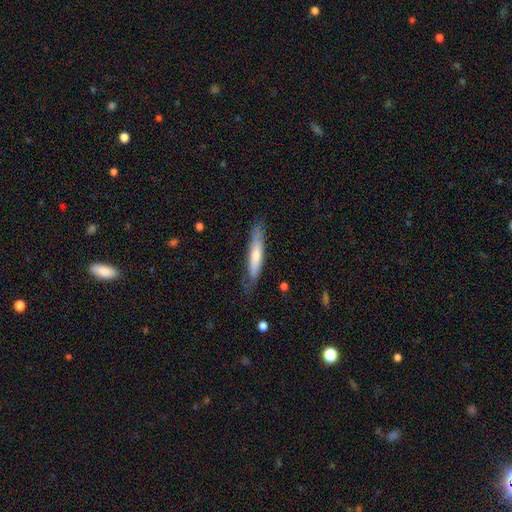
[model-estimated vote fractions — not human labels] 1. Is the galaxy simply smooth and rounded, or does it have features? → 58% smooth, 36% featured or disk, 6% star or artifact.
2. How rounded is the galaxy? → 87% cigar-shaped, 11% in between, 1% round.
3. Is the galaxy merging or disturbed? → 76% none, 18% minor disturbance, 4% major disturbance, 1% merger.